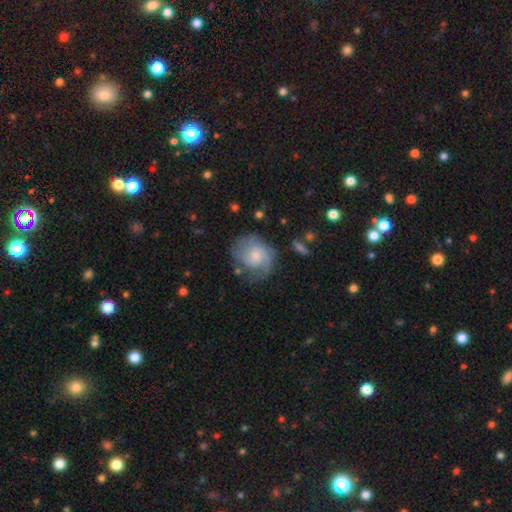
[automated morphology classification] featured or disk 65%, smooth 28%, star or artifact 7%. Down the decision tree: edge-on disk — no (98%); bar — no (69%); spiral arms — yes (88%); spiral arm count — can't tell (34%); spiral winding — medium (41%); bulge size — moderate (43%); merging — none (60%).